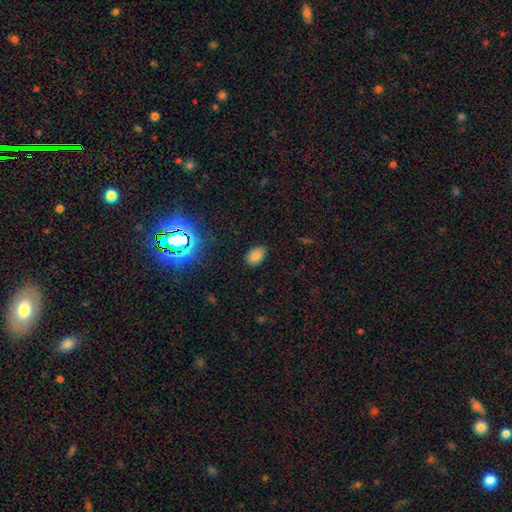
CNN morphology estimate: A smooth galaxy with no disk features (79%) that is in between round and cigar-shaped (88%).

Vote fractions:
- Smooth or featured? smooth: 79% / star or artifact: 16% / featured or disk: 5%
- How rounded? in between: 88% / round: 11% / cigar-shaped: 1%
- Merging? none: 85% / minor disturbance: 11% / major disturbance: 3% / merger: 1%